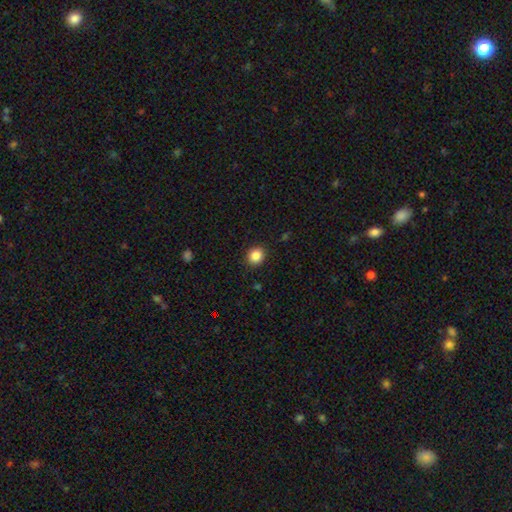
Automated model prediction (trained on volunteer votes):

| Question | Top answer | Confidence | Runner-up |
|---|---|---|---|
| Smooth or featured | smooth | 86% | star or artifact (10%) |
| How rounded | round | 80% | in between (19%) |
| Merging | none | 91% | minor disturbance (6%) |